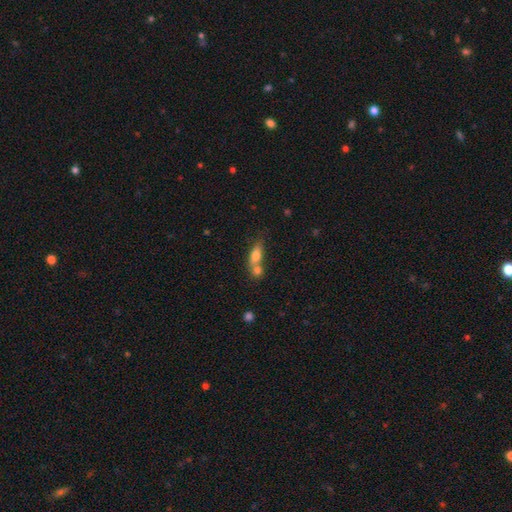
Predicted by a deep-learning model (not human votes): Smooth or featured?
  - smooth: 73% *
  - featured or disk: 19%
  - star or artifact: 9%
How rounded?
  - in between: 66% *
  - cigar-shaped: 23%
  - round: 11%
Merging?
  - merger: 56% *
  - none: 30%
  - minor disturbance: 10%
  - major disturbance: 5%